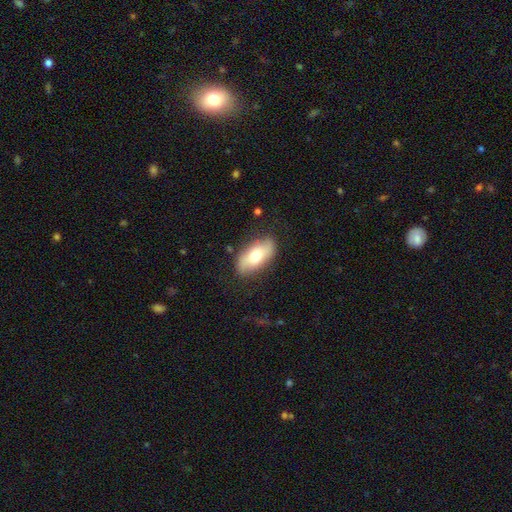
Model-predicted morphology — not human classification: This is likely a smooth galaxy (63%). How rounded: clearly in between (90%). Merging: likely none (79%).